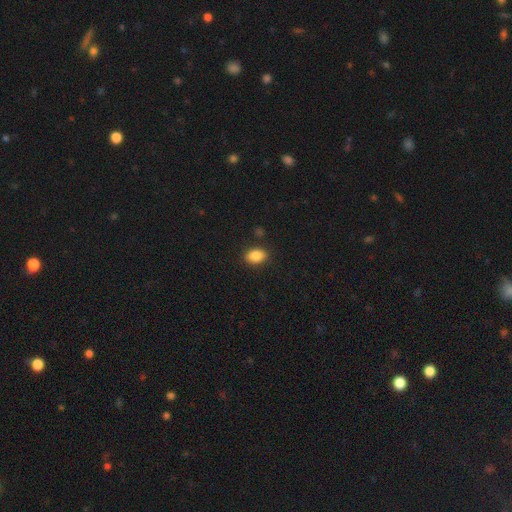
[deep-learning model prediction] Morphology: type=smooth (87%); roundness=in between (82%); merging=none (87%).